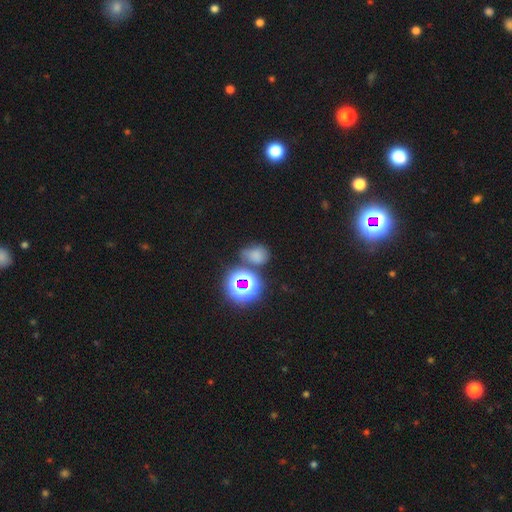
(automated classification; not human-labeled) smooth 60%, star or artifact 30%, featured or disk 10%. Down the decision tree: how rounded — in between (54%); merging — none (52%).